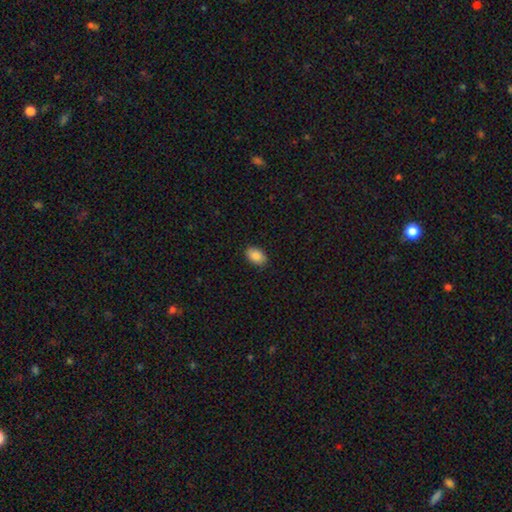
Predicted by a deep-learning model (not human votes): Smooth or featured? Predicted: smooth (p=0.87). How rounded? Predicted: in between (p=0.89). Merging? Predicted: none (p=0.89).